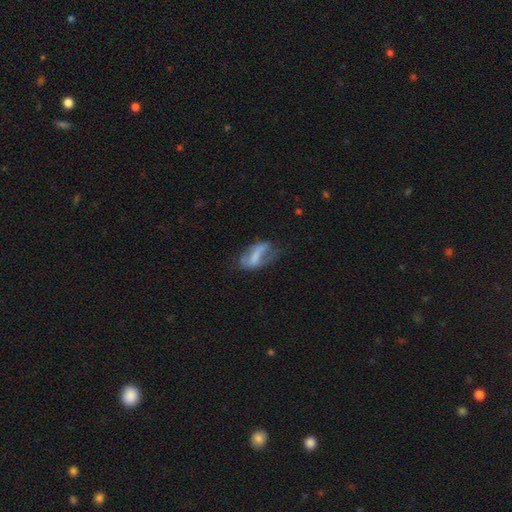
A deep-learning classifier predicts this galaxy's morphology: type=featured or disk (49%); merging=none (39%).